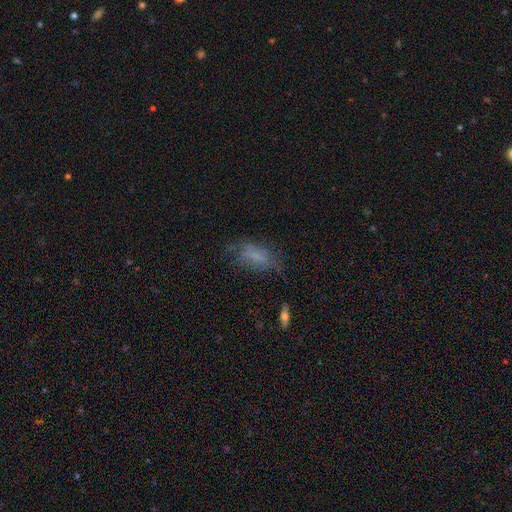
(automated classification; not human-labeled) Morphology: type=smooth (58%); roundness=in between (83%); merging=none (50%).